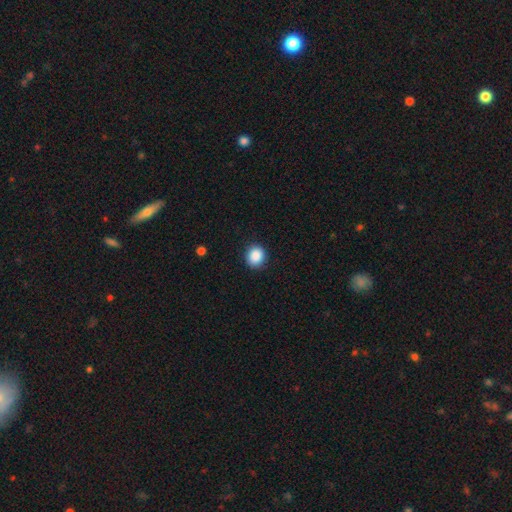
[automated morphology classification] Overall: smooth (88%). How rounded: round (78%). Merging: none (90%).